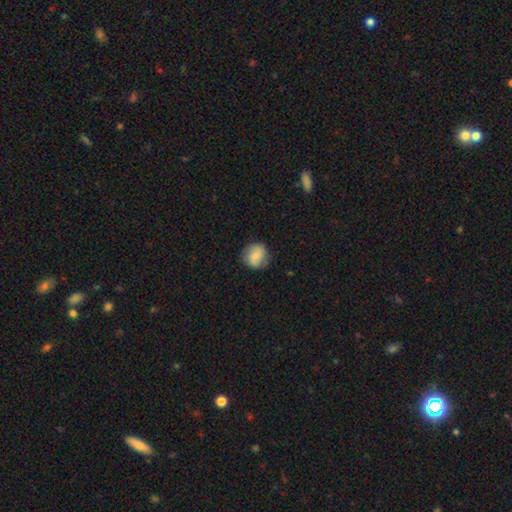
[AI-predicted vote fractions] The model was most divided on "smooth or featured": smooth: 63%, featured or disk: 29%, star or artifact: 7%. More confident: how rounded — round (87%); merging — none (82%).